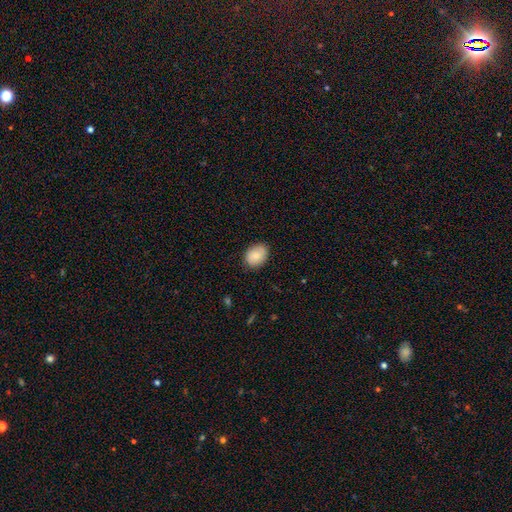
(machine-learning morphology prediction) Smooth or featured: smooth — 84% (featured or disk — 9%)
How rounded: in between — 66% (round — 33%)
Merging: none — 82% (minor disturbance — 15%)